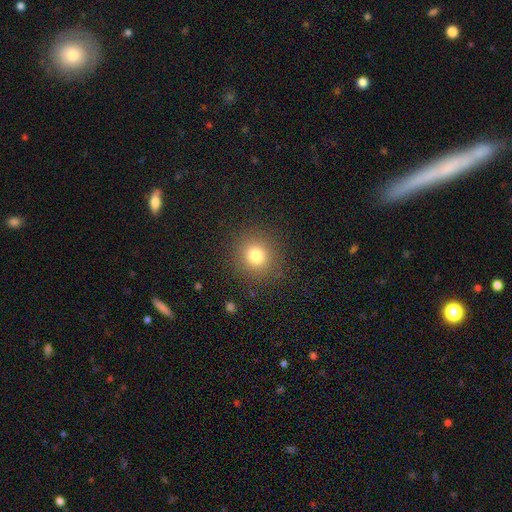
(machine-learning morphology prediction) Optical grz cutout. It shows a smooth galaxy with no disk features (79%) that is round (89%). Merging: none (88%).